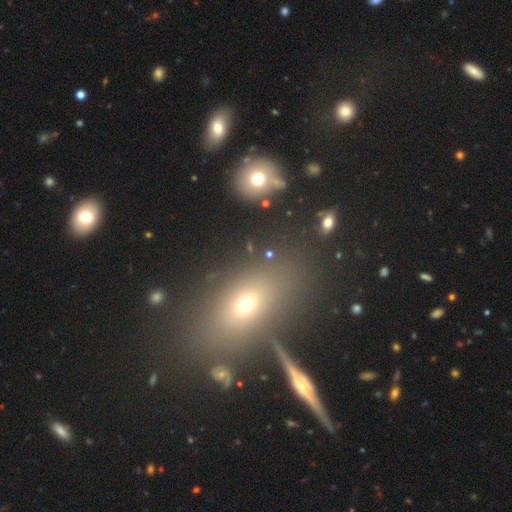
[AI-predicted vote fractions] A smooth galaxy with no disk features (52%) that is in between round and cigar-shaped (67%). Merging: none (76%).